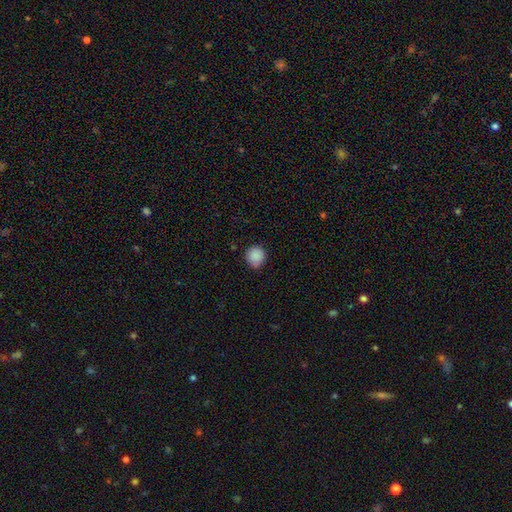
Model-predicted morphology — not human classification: smooth_or_featured: smooth (p=0.88) [alt: star or artifact p=0.09]
how_rounded: round (p=0.92) [alt: in between p=0.07]
merging: none (p=0.81) [alt: minor disturbance p=0.16]